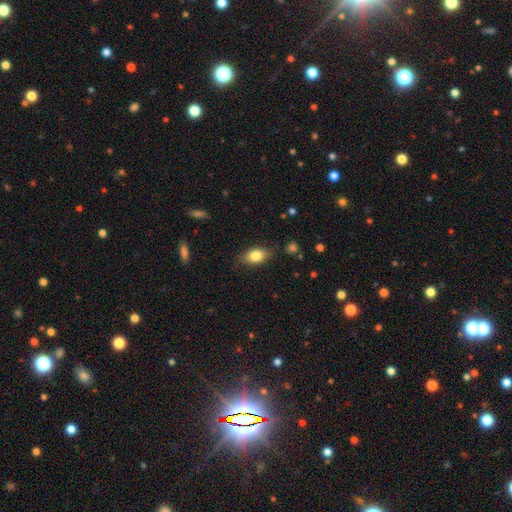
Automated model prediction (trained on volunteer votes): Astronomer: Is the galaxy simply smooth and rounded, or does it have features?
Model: smooth — 82%.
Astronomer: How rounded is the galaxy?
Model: in between — 85%.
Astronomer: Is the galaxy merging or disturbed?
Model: none — 78%.